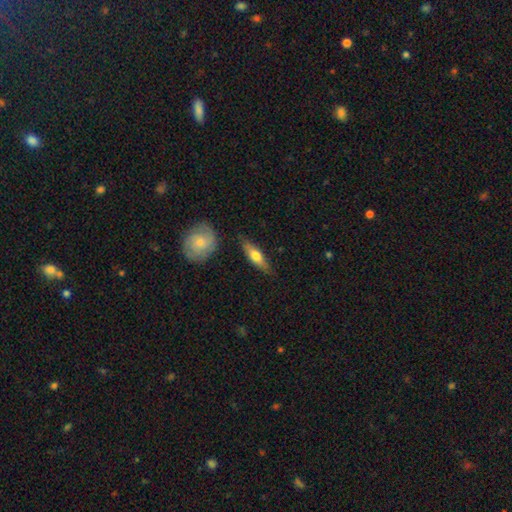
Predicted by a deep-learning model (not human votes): The model was most divided on "smooth or featured": smooth: 54%, featured or disk: 41%, star or artifact: 5%. More confident: merging — none (79%); how rounded — cigar-shaped (57%).